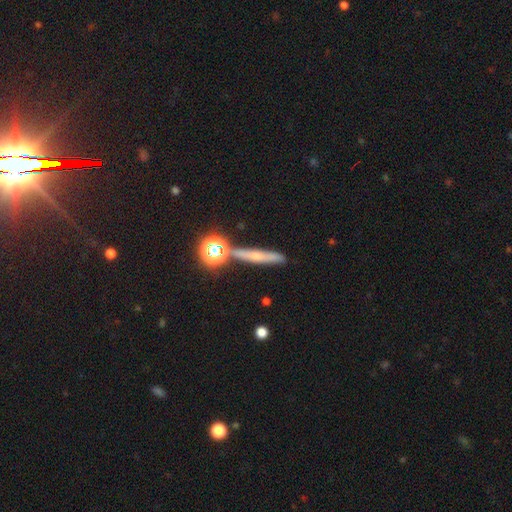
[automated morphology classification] This is marginally a smooth galaxy (42%). Merging: likely none (80%).